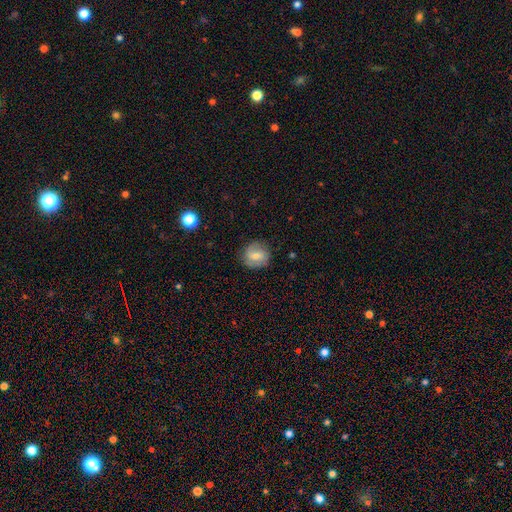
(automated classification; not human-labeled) Morphology: type=featured or disk (48%); merging=none (81%).